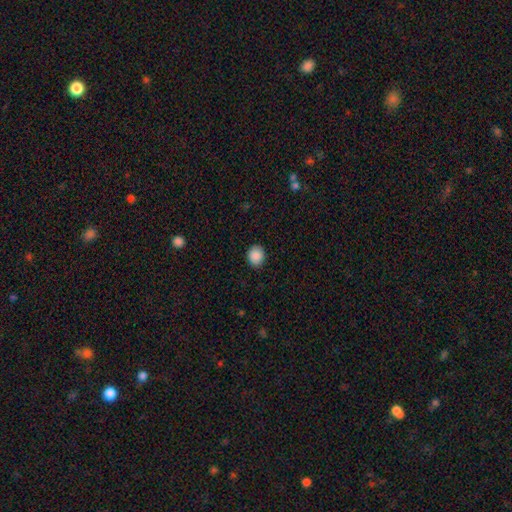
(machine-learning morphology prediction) Smooth or featured? smooth (89%)
How rounded? round (71%)
Merging? none (89%)